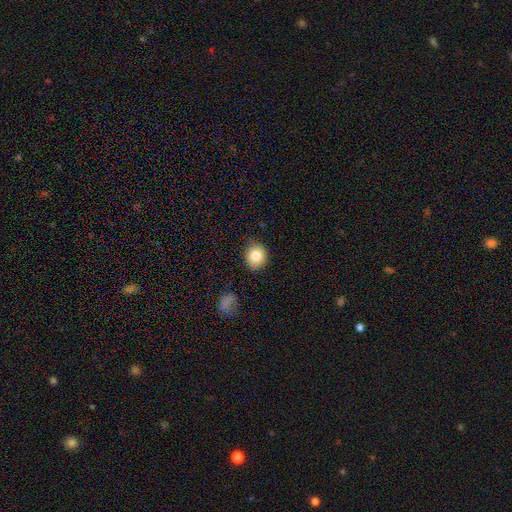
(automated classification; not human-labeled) This appears to be a smooth galaxy with no disk features (82%) that is round (80%). Merging: none (81%).